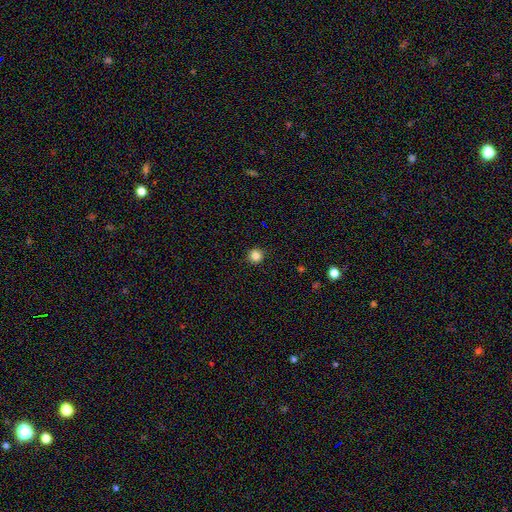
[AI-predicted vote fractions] Smooth or featured?
  - smooth: 84% *
  - star or artifact: 12%
  - featured or disk: 4%
How rounded?
  - round: 94% *
  - in between: 5%
  - cigar-shaped: 1%
Merging?
  - none: 91% *
  - minor disturbance: 6%
  - major disturbance: 2%
  - merger: 1%